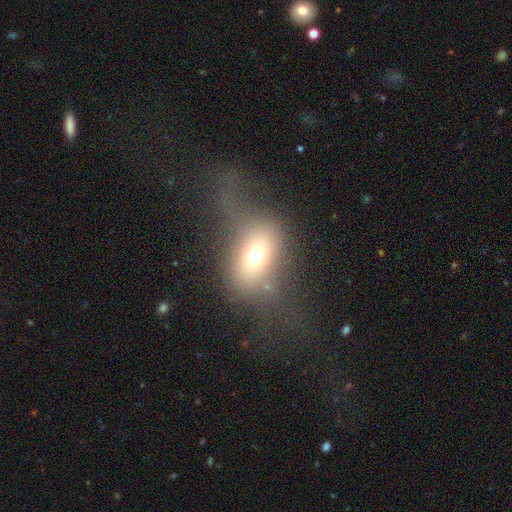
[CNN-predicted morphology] Smooth or featured? smooth (64%)
How rounded? in between (68%)
Merging? major disturbance (43%)